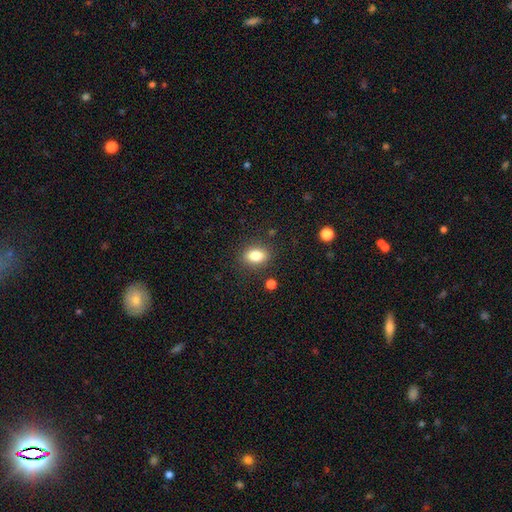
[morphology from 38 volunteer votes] Smooth or featured?
  - smooth: 87% *
  - featured or disk: 11%
  - star or artifact: 3%
How rounded?
  - in between: 88% *
  - round: 12%
  - cigar-shaped: 0%
Merging?
  - none: 95% *
  - minor disturbance: 5%
  - major disturbance: 0%
  - merger: 0%